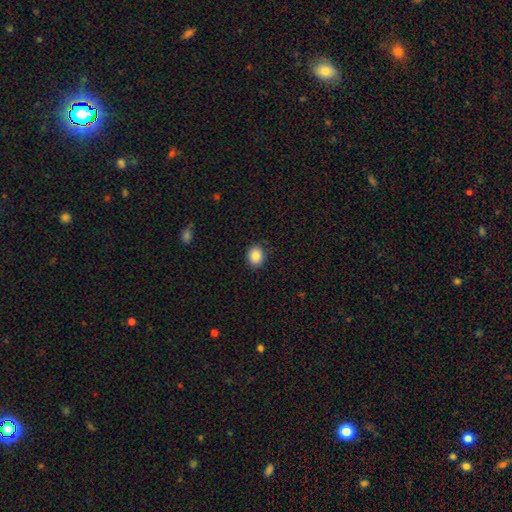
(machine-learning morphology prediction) smooth_or_featured: smooth (p=0.88) [alt: star or artifact p=0.09]
how_rounded: round (p=0.58) [alt: in between p=0.41]
merging: none (p=0.88) [alt: minor disturbance p=0.09]